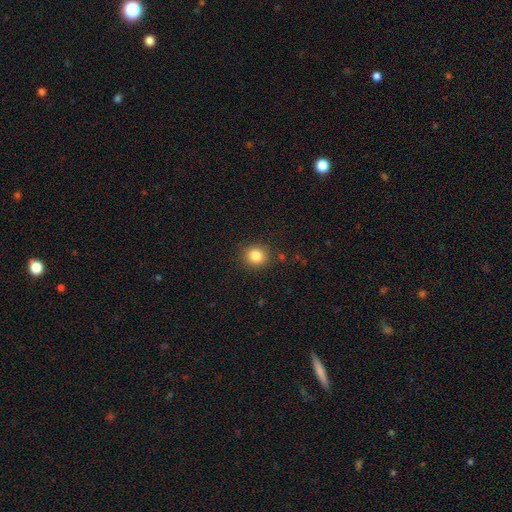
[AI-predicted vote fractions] A smooth galaxy with no disk features (84%) that is round (85%). Merging: none (88%).